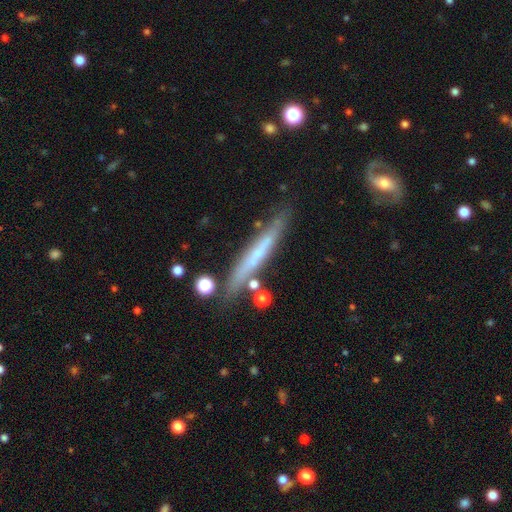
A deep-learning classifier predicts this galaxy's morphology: smooth-or-featured: featured or disk: 62% | smooth: 31% | star or artifact: 7%
  disk-edge-on: yes: 89% | no: 11%
    edge-on-bulge: none: 58% | rounded: 37% | boxy: 5%
  merging: none: 77% | minor disturbance: 15% | merger: 5% | major disturbance: 3%